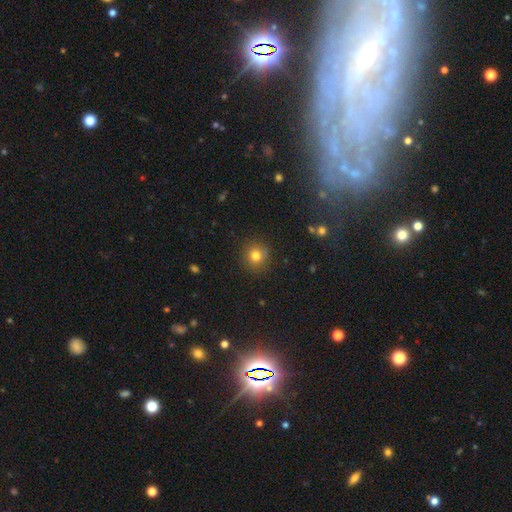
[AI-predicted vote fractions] The model was most divided on "smooth or featured": smooth: 79%, star or artifact: 14%, featured or disk: 7%. More confident: how rounded — round (90%); merging — none (86%).